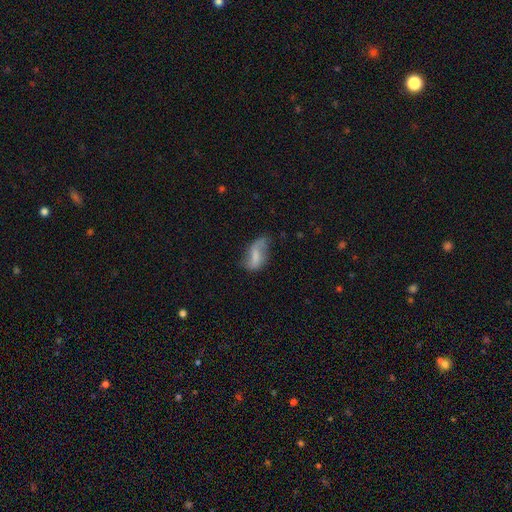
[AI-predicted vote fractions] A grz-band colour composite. It shows a featured or disk galaxy (46%, tied with smooth). Merging: none (48%).